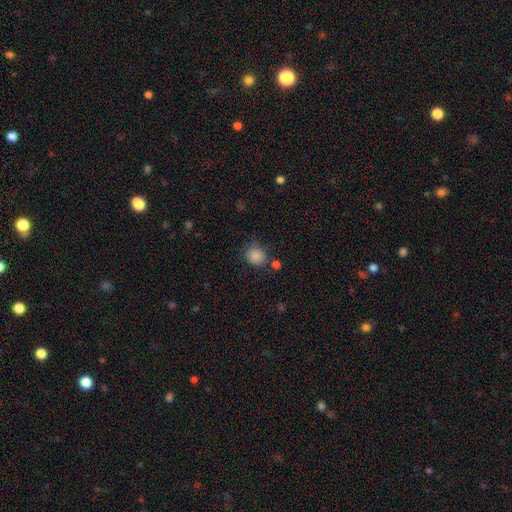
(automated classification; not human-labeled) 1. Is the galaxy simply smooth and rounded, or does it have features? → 86% smooth, 10% star or artifact, 4% featured or disk.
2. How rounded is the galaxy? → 78% round, 22% in between, 1% cigar-shaped.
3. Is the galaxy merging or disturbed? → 71% none, 17% minor disturbance, 7% merger, 5% major disturbance.